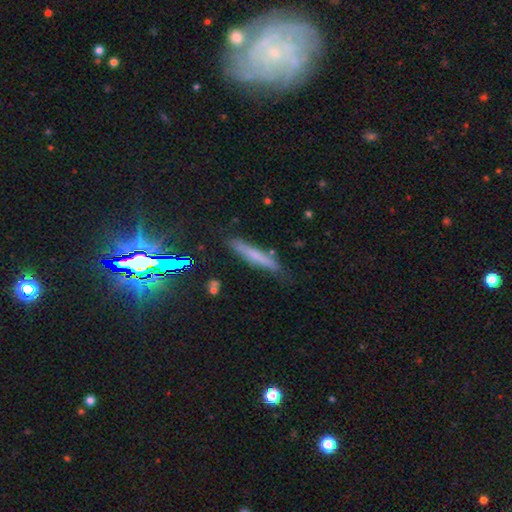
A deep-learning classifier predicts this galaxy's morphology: A smooth galaxy with no disk features (55%) that is cigar-shaped (92%).

Vote fractions:
- Smooth or featured? smooth: 55% / featured or disk: 30% / star or artifact: 15%
- How rounded? cigar-shaped: 92% / in between: 6% / round: 2%
- Merging? none: 82% / minor disturbance: 13% / major disturbance: 3% / merger: 2%